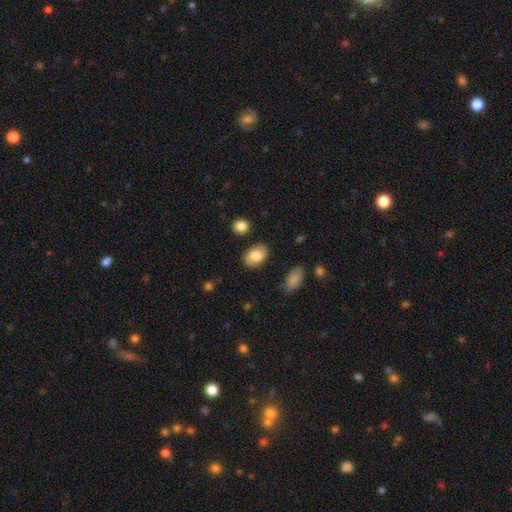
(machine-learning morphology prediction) Overall: smooth (79%). How rounded: in between (87%). Merging: none (82%).